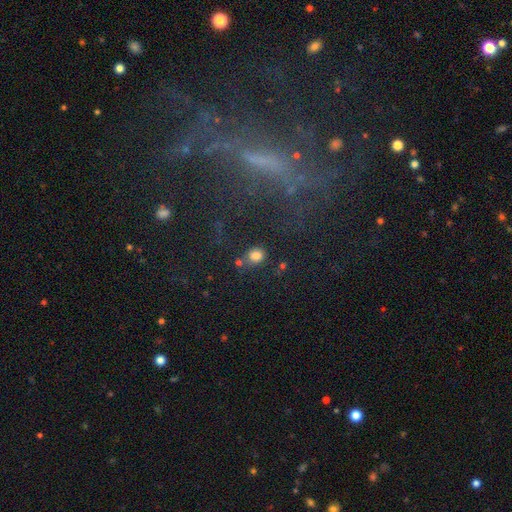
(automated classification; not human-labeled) smooth_or_featured: smooth (p=0.80) [alt: star or artifact p=0.14]
how_rounded: round (p=0.77) [alt: in between p=0.21]
merging: none (p=0.67) [alt: minor disturbance p=0.14]